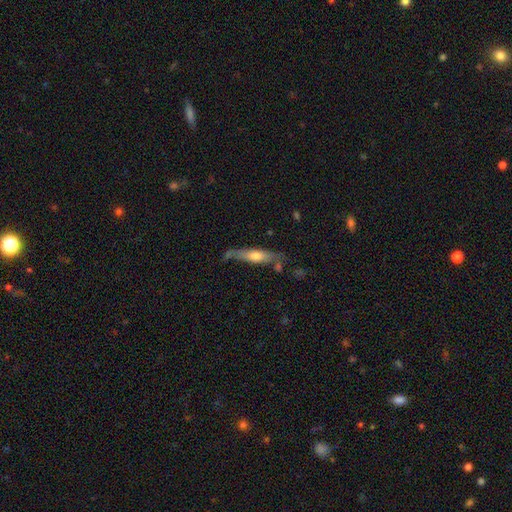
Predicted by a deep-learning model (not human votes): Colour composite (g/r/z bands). It shows a featured or disk galaxy (47%, tied with smooth). Merging: none (58%).